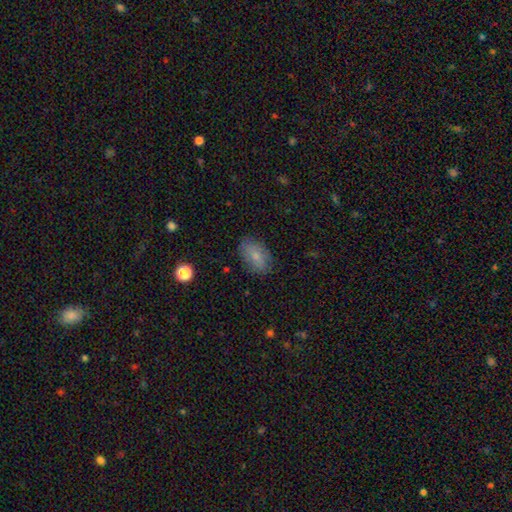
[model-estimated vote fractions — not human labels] This is likely a smooth galaxy (78%). How rounded: clearly in between (90%). Merging: clearly none (82%).